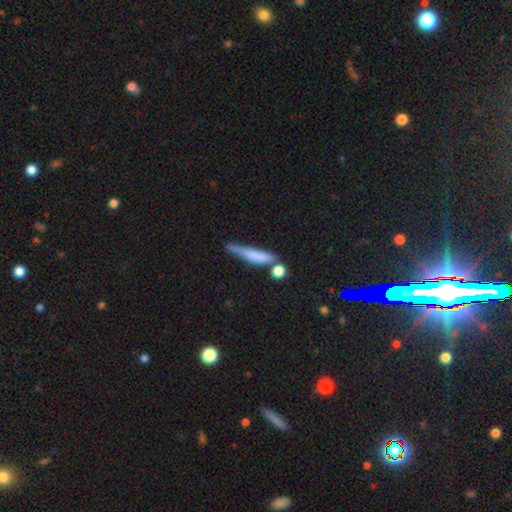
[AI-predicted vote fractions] A smooth galaxy with no disk features (66%) that is cigar-shaped (82%).

Vote fractions:
- Smooth or featured? smooth: 66% / featured or disk: 26% / star or artifact: 8%
- How rounded? cigar-shaped: 82% / in between: 13% / round: 4%
- Merging? none: 47% / minor disturbance: 23% / merger: 19% / major disturbance: 10%